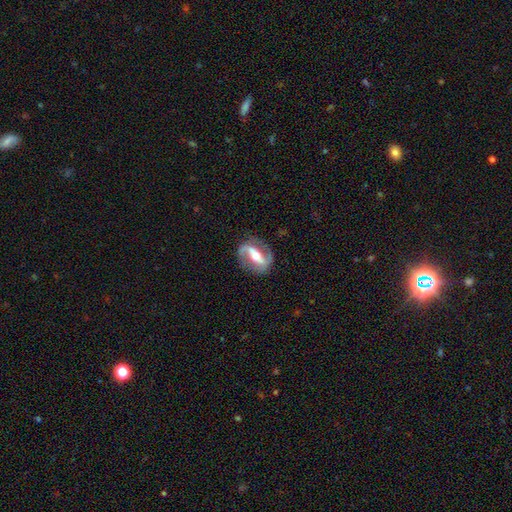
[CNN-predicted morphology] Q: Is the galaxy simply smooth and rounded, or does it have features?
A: featured or disk — 83%.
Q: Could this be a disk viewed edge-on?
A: no — 92%.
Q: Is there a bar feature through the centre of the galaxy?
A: strong — 64%.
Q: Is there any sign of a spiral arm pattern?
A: yes — 86%.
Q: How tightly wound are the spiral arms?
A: medium — 44%.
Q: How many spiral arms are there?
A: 2 — 86%.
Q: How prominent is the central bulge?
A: moderate — 67%.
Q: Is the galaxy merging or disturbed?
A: none — 78%.